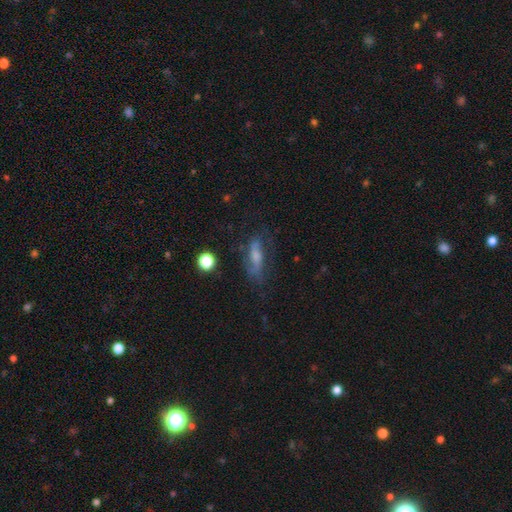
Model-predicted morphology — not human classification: This appears to be a featured or disk galaxy (50%). Merging: none (61%).